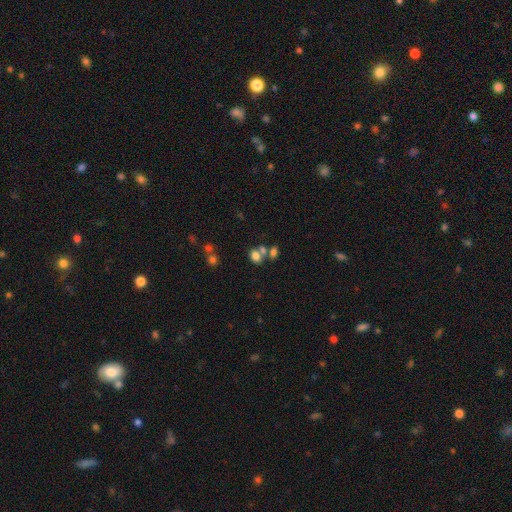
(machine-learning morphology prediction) Q: Smooth or featured?
A: smooth (73%); runner-up: star or artifact (15%)
Q: How rounded?
A: in between (64%); runner-up: round (34%)
Q: Merging?
A: none (44%); runner-up: merger (39%)